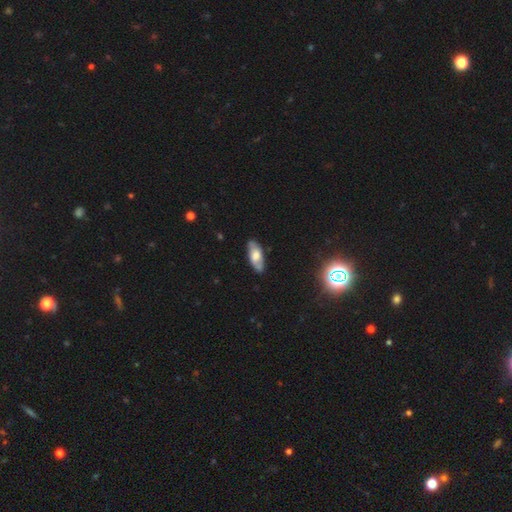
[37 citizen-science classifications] Morphology: type=smooth (59%); roundness=in between (82%); merging=none (77%).